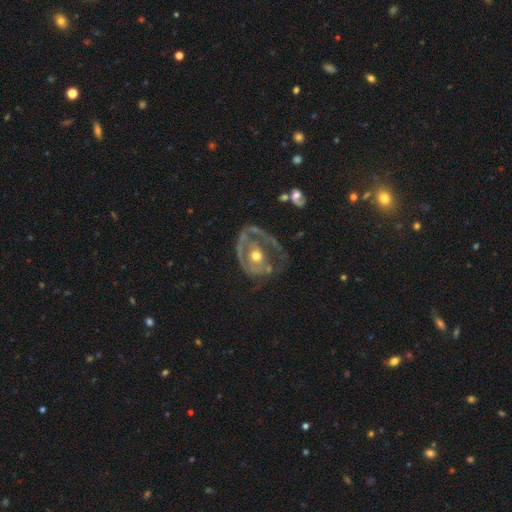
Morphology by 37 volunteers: featured or disk 73%, smooth 27%, star or artifact 0%. Down the decision tree: edge-on disk — no (93%); bar — no (68%); spiral arms — yes (56%); spiral arm count — 1 (36%, tied with 2); spiral winding — loose (43%); bulge size — moderate (76%); merging — major disturbance (51%).